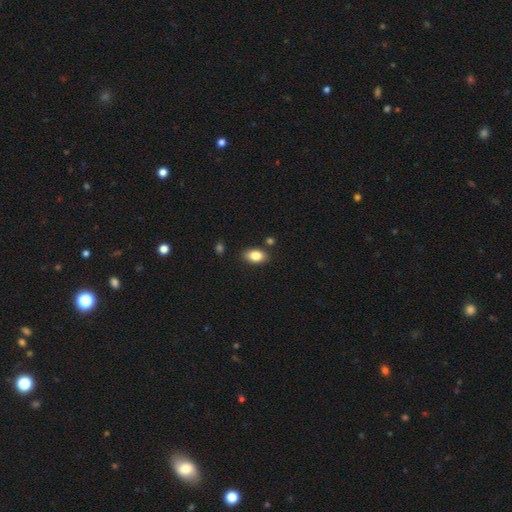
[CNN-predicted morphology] Smooth or featured?
  - smooth: 84% *
  - star or artifact: 8%
  - featured or disk: 8%
How rounded?
  - in between: 88% *
  - round: 10%
  - cigar-shaped: 2%
Merging?
  - none: 84% *
  - minor disturbance: 10%
  - merger: 3%
  - major disturbance: 2%